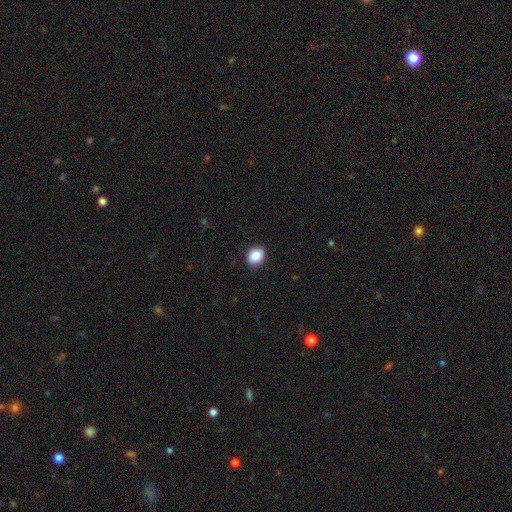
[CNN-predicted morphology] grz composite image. It shows a smooth galaxy with no disk features (88%) that is in between round and cigar-shaped (55%). Merging: none (87%).